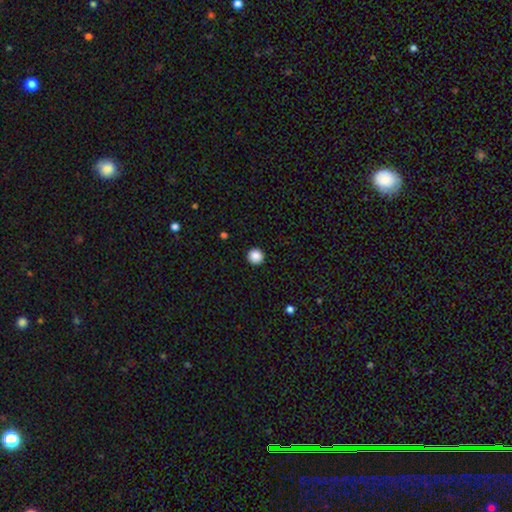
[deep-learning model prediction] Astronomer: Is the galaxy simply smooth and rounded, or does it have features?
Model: smooth — 87%.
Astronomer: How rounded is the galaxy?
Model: round — 95%.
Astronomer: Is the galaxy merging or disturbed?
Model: none — 93%.